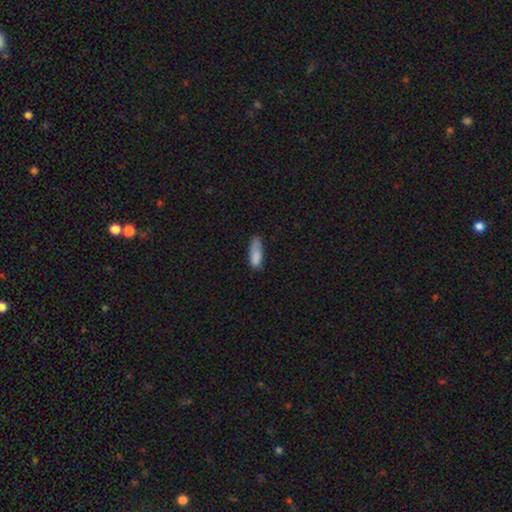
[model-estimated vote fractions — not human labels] A smooth galaxy with no disk features (84%) that is in between round and cigar-shaped (58%).

Vote fractions:
- Smooth or featured? smooth: 84% / featured or disk: 8% / star or artifact: 8%
- How rounded? in between: 58% / cigar-shaped: 40% / round: 2%
- Merging? none: 50% / minor disturbance: 36% / major disturbance: 11% / merger: 3%